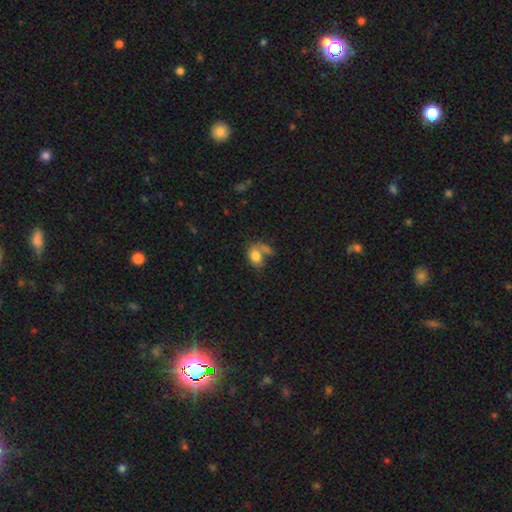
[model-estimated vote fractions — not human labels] Smooth or featured? smooth (78%)
How rounded? in between (78%)
Merging? merger (39%)